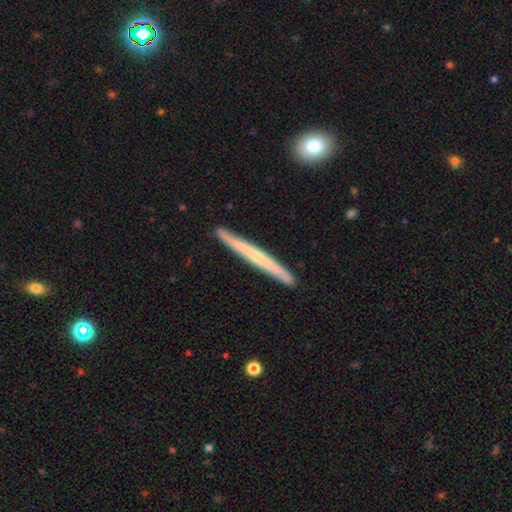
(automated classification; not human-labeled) A featured or disk galaxy (57%) viewed edge-on (96%) with no central bulge (56%). Merging: none (91%).